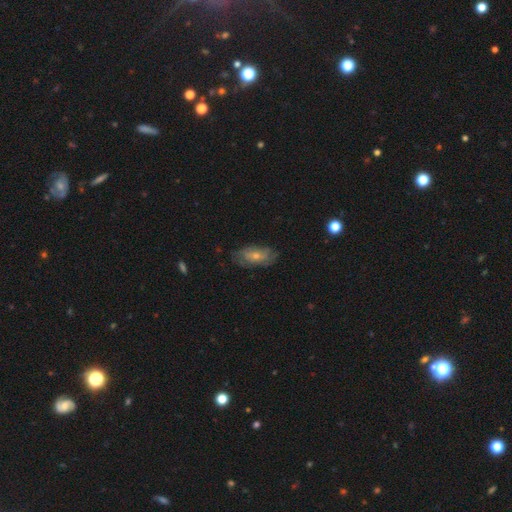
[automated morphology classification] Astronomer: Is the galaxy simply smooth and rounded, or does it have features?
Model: smooth — 48% (runner-up: featured or disk, 44%).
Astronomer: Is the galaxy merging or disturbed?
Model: none — 66%.